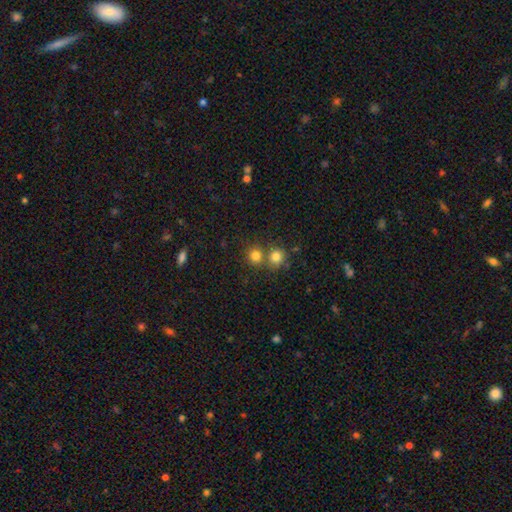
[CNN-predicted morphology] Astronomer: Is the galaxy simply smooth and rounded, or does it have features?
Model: smooth — 80%.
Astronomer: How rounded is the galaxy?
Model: round — 88%.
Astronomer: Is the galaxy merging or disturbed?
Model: none — 57% (runner-up: merger, 34%).